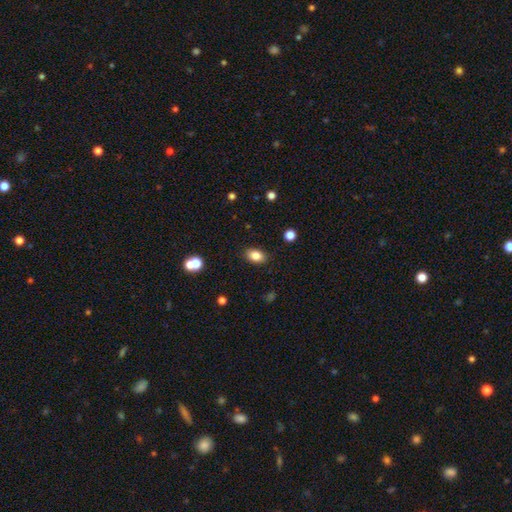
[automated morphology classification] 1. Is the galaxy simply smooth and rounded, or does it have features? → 84% smooth, 9% star or artifact, 6% featured or disk.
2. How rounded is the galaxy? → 84% in between, 15% round, 1% cigar-shaped.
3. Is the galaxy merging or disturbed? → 87% none, 9% minor disturbance, 2% major disturbance, 2% merger.